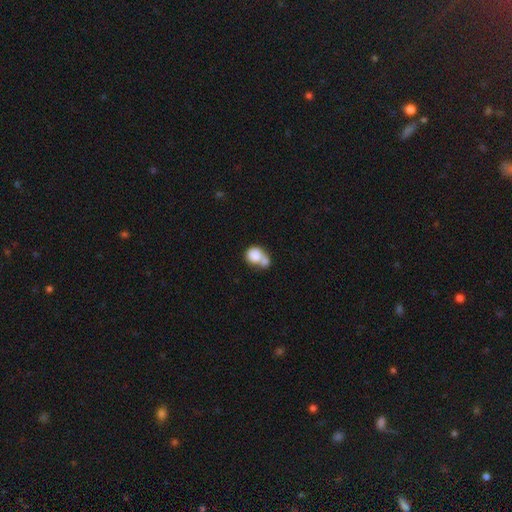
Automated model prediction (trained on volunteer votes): Smooth or featured?
  - smooth: 80% *
  - featured or disk: 12%
  - star or artifact: 8%
How rounded?
  - round: 66% *
  - in between: 33%
  - cigar-shaped: 1%
Merging?
  - merger: 61% *
  - none: 24%
  - minor disturbance: 9%
  - major disturbance: 6%